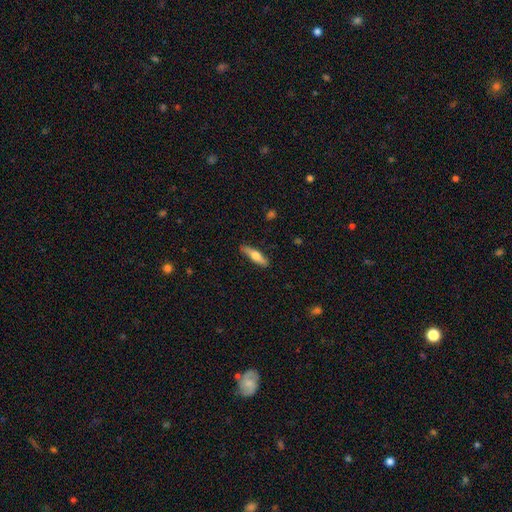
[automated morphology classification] Smooth or featured?
  - smooth: 56% *
  - featured or disk: 38%
  - star or artifact: 6%
How rounded?
  - cigar-shaped: 68% *
  - in between: 30%
  - round: 2%
Merging?
  - none: 86% *
  - minor disturbance: 10%
  - major disturbance: 2%
  - merger: 1%